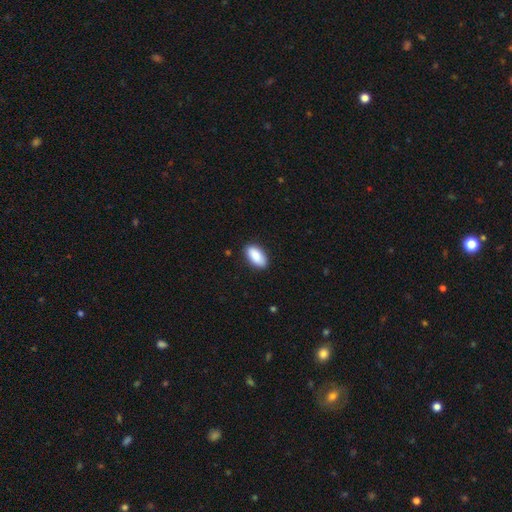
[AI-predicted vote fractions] Overall: smooth (88%). How rounded: in between (93%). Merging: none (87%).